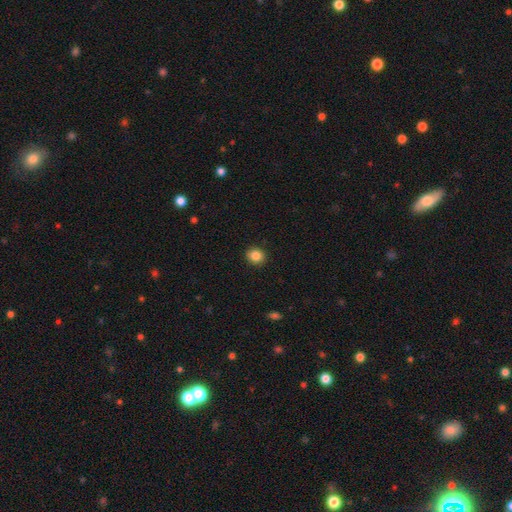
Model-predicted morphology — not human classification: smooth 85%, star or artifact 10%, featured or disk 5%. Down the decision tree: how rounded — round (83%); merging — none (91%).